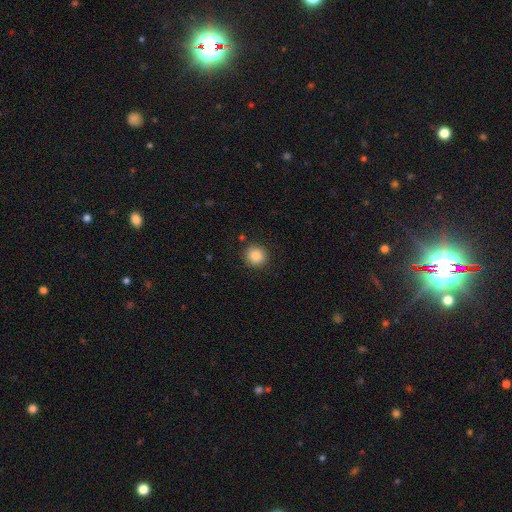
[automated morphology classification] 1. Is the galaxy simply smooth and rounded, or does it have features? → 87% smooth, 9% star or artifact, 4% featured or disk.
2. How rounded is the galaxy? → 91% round, 8% in between, 1% cigar-shaped.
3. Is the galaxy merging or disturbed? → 89% none, 8% minor disturbance, 2% major disturbance, 1% merger.